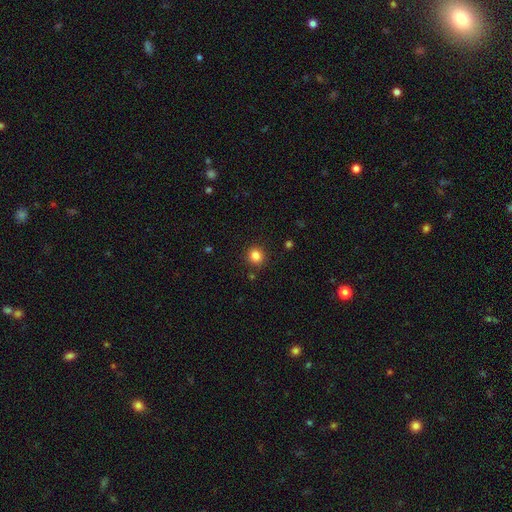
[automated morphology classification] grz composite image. It shows a smooth galaxy with no disk features (84%) that is round (85%). Merging: none (89%).